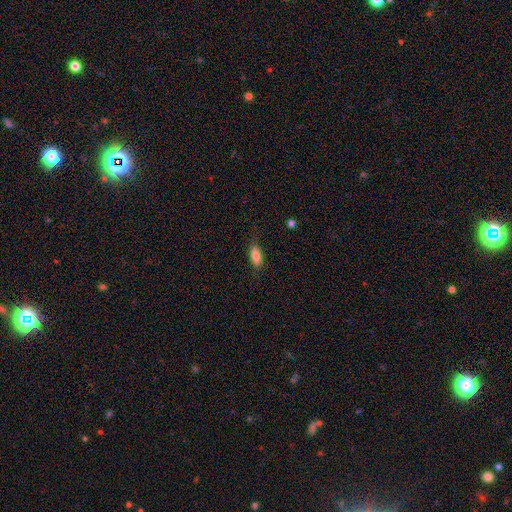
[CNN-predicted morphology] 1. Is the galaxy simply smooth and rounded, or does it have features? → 84% smooth, 8% featured or disk, 7% star or artifact.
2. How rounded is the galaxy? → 83% in between, 14% cigar-shaped, 3% round.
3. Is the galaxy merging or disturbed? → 77% none, 17% minor disturbance, 4% major disturbance, 1% merger.